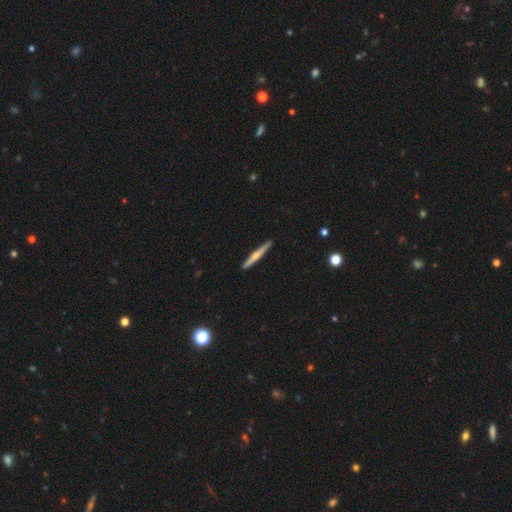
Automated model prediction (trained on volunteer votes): A featured or disk galaxy (56%) viewed edge-on (97%) with a rounded central bulge (74%). Merging: none (91%).